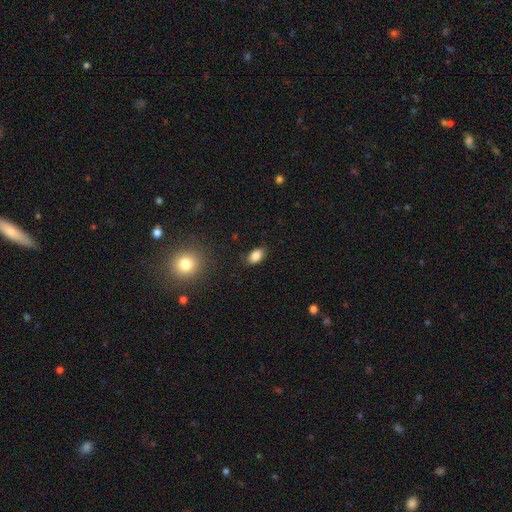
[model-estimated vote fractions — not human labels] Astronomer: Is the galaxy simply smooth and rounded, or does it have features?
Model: smooth — 86%.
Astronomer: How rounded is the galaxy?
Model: in between — 89%.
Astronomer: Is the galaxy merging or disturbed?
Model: none — 85%.